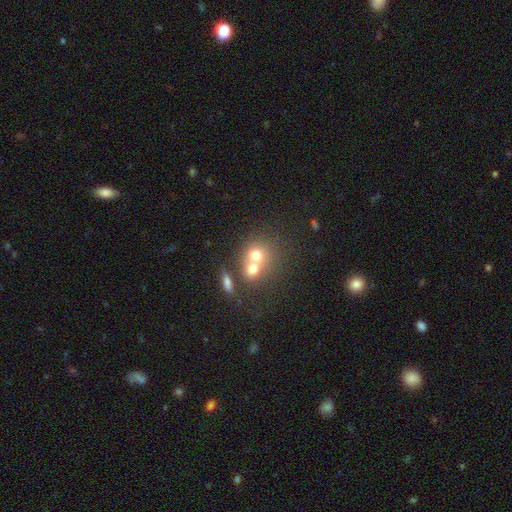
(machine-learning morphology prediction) A smooth galaxy with no disk features (67%) that is round (75%).

Vote fractions:
- Smooth or featured? smooth: 67% / featured or disk: 20% / star or artifact: 13%
- How rounded? round: 75% / in between: 24% / cigar-shaped: 1%
- Merging? merger: 62% / none: 29% / minor disturbance: 6% / major disturbance: 3%